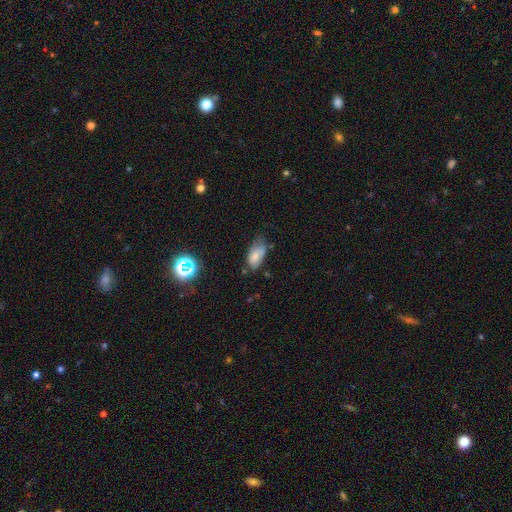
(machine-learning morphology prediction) Q: Smooth or featured?
A: smooth (69%); runner-up: featured or disk (20%)
Q: How rounded?
A: in between (91%); runner-up: cigar-shaped (5%)
Q: Merging?
A: none (44%); runner-up: minor disturbance (39%)